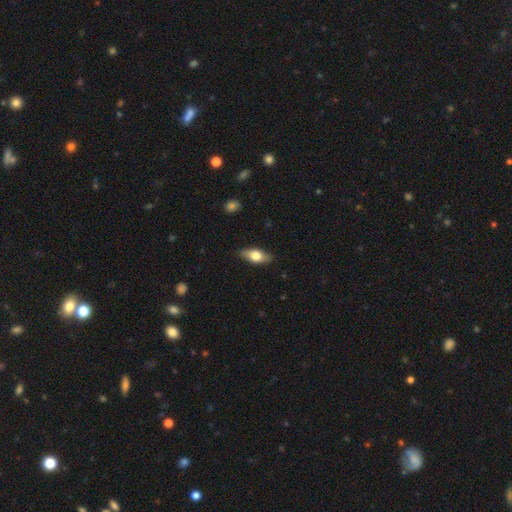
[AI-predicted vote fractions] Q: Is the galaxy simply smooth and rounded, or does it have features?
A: smooth — 68%.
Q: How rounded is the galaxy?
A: in between — 81%.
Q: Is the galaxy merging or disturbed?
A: none — 86%.